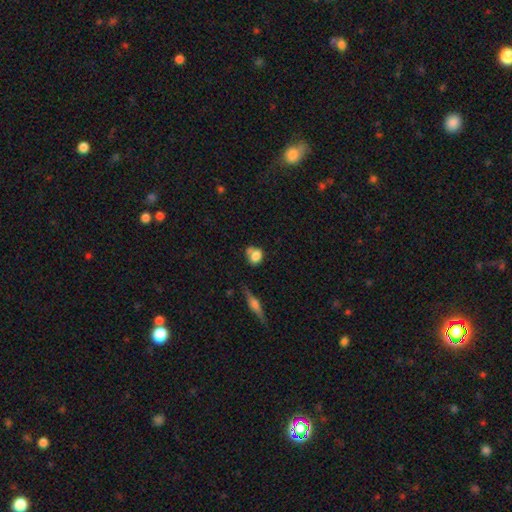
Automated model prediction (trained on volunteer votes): smooth-or-featured: smooth: 76% | featured or disk: 14% | star or artifact: 10%
  how-rounded: in between: 50% | round: 47% | cigar-shaped: 3%
  merging: none: 46% | minor disturbance: 24% | merger: 21% | major disturbance: 9%